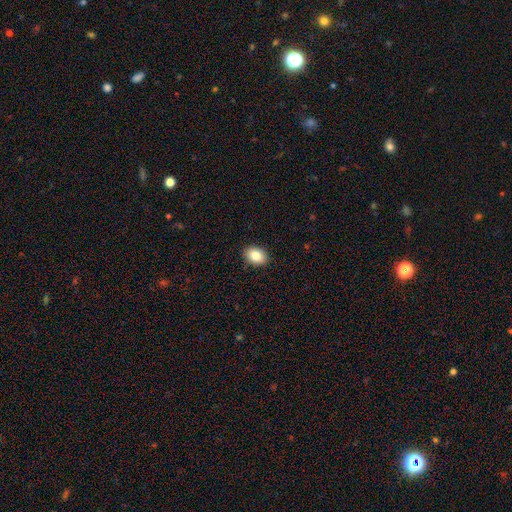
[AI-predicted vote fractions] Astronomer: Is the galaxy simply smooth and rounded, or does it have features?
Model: smooth — 84%.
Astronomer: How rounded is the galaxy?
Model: in between — 75%.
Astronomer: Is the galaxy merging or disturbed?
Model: none — 90%.